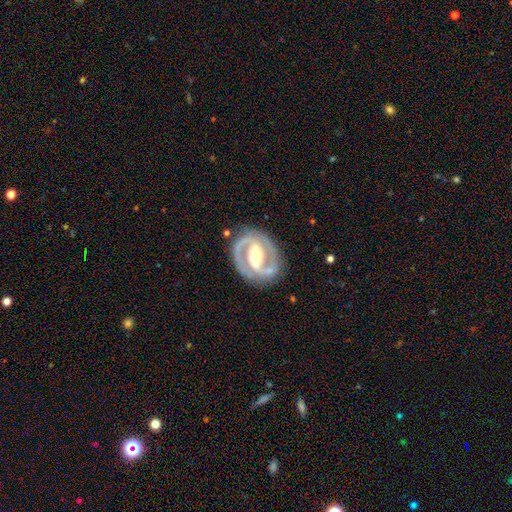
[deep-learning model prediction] Smooth or featured?
  - featured or disk: 88% *
  - smooth: 8%
  - star or artifact: 4%
Edge-on disk?
  - no: 97% *
  - yes: 3%
Bar?
  - strong: 51% *
  - weak: 33%
  - no: 16%
Spiral arms?
  - yes: 91% *
  - no: 9%
Spiral winding?
  - tight: 46% *
  - medium: 45%
  - loose: 9%
Spiral arm count?
  - 2: 89% *
  - can't tell: 4%
  - 1: 3%
  - 3: 2%
  - 4: 1%
  - more than 4: 1%
Bulge size?
  - moderate: 61% *
  - large: 19%
  - small: 16%
  - dominant: 2%
  - none: 2%
Merging?
  - none: 82% *
  - minor disturbance: 12%
  - major disturbance: 4%
  - merger: 2%